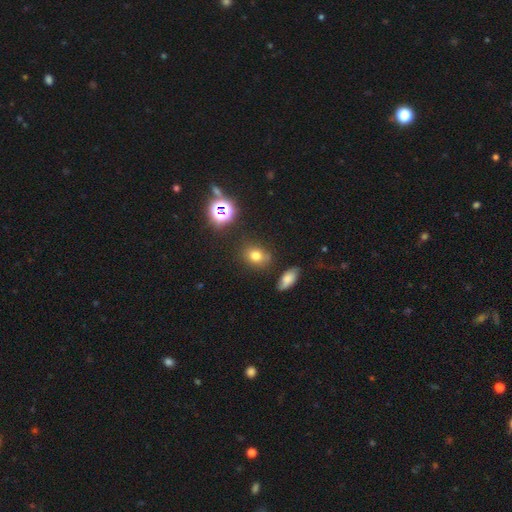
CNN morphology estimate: smooth 71%, star or artifact 19%, featured or disk 9%. Down the decision tree: how rounded — in between (51%); merging — none (77%).